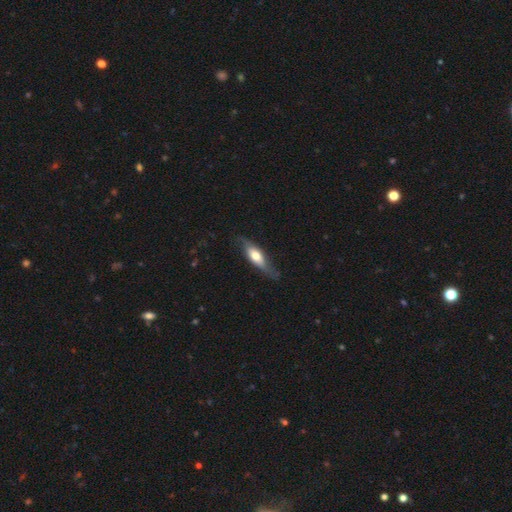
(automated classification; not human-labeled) Morphology: type=featured or disk (49%); merging=none (65%).